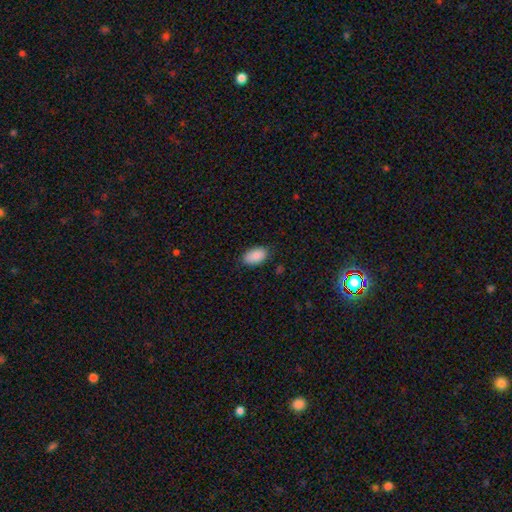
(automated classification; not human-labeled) Morphology: type=smooth (89%); roundness=in between (94%); merging=none (83%).